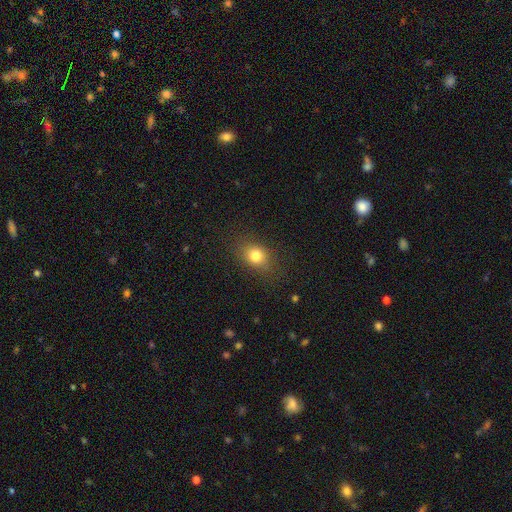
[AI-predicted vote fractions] This is clearly a smooth galaxy (80%). How rounded: possibly in between (52%). Merging: clearly none (81%).